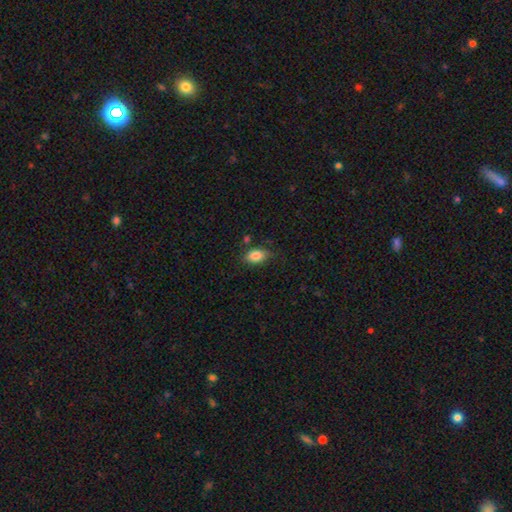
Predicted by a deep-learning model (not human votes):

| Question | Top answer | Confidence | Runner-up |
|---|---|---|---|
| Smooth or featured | smooth | 85% | star or artifact (9%) |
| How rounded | in between | 85% | round (13%) |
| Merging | none | 77% | minor disturbance (16%) |